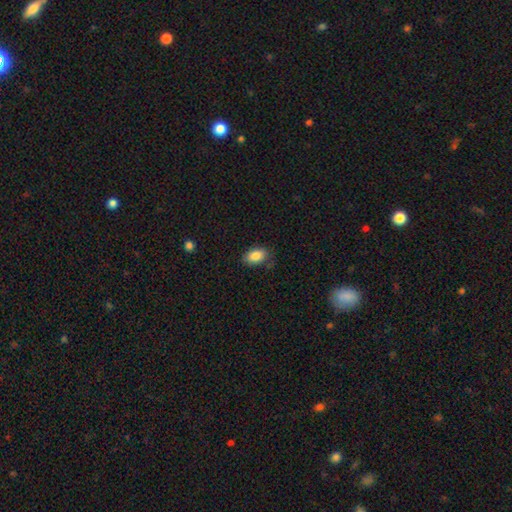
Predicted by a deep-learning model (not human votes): A smooth galaxy with no disk features (86%) that is in between round and cigar-shaped (90%).

Vote fractions:
- Smooth or featured? smooth: 86% / star or artifact: 8% / featured or disk: 6%
- How rounded? in between: 90% / round: 9% / cigar-shaped: 2%
- Merging? none: 78% / minor disturbance: 16% / major disturbance: 3% / merger: 2%